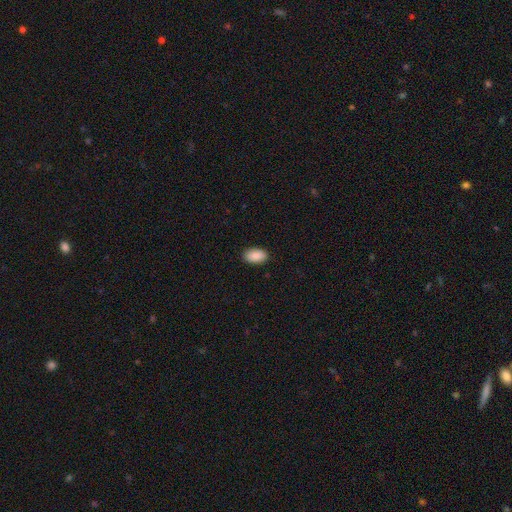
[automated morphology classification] Smooth or featured?
  - smooth: 88% *
  - star or artifact: 7%
  - featured or disk: 5%
How rounded?
  - in between: 94% *
  - round: 5%
  - cigar-shaped: 1%
Merging?
  - none: 90% *
  - minor disturbance: 7%
  - major disturbance: 2%
  - merger: 1%